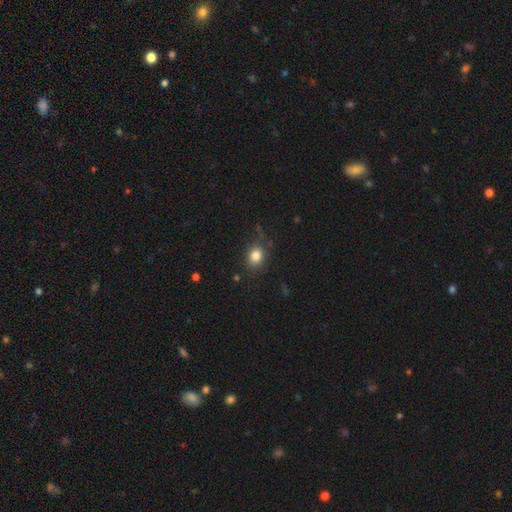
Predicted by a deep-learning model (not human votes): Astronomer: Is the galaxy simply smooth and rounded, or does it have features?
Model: smooth — 83%.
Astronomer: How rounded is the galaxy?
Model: round — 51% (runner-up: in between, 48%).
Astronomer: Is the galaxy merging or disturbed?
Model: none — 79%.